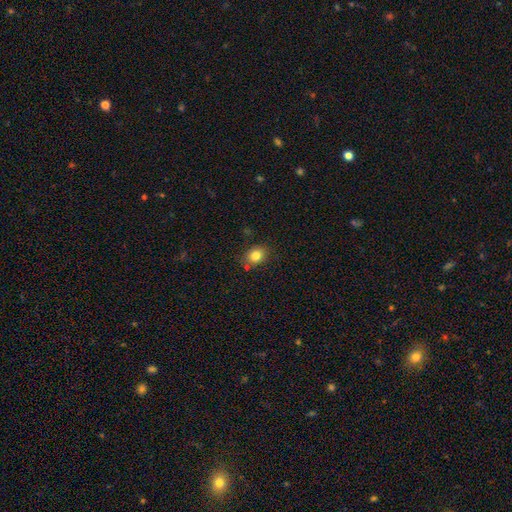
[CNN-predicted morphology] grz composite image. It shows a smooth galaxy with no disk features (82%) that is round (54%). Merging: none (80%).